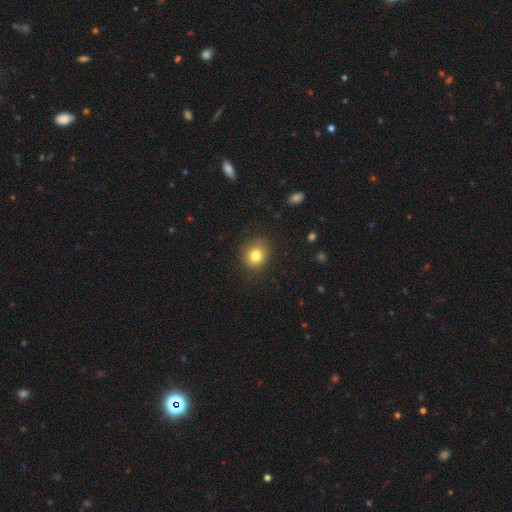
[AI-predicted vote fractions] Smooth or featured? Predicted: smooth (p=0.80). How rounded? Predicted: round (p=0.76). Merging? Predicted: none (p=0.84).